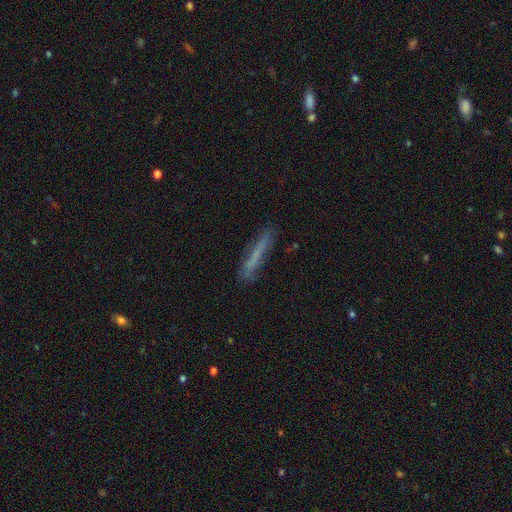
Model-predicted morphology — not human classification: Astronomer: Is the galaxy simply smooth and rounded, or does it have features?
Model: smooth — 58% (runner-up: featured or disk, 34%).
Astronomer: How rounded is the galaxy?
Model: cigar-shaped — 94%.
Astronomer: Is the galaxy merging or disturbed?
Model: none — 82%.